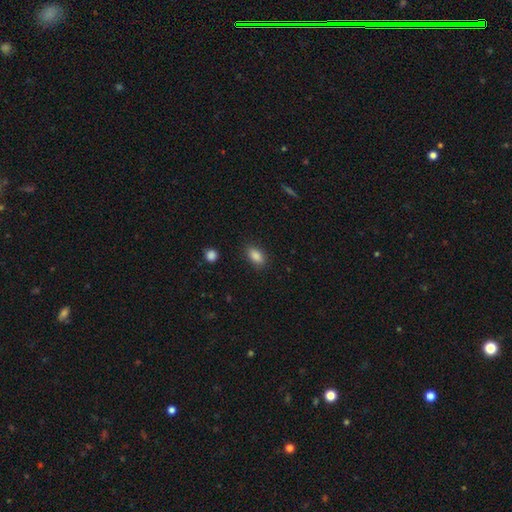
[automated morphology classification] A smooth galaxy with no disk features (87%) that is in between round and cigar-shaped (88%).

Vote fractions:
- Smooth or featured? smooth: 87% / star or artifact: 9% / featured or disk: 4%
- How rounded? in between: 88% / round: 9% / cigar-shaped: 3%
- Merging? none: 86% / minor disturbance: 10% / major disturbance: 3% / merger: 1%